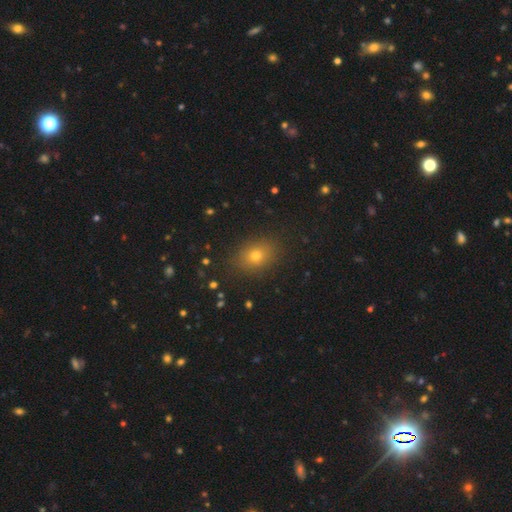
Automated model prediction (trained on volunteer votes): smooth-or-featured: smooth: 73% | star or artifact: 17% | featured or disk: 10%
  how-rounded: in between: 60% | round: 38% | cigar-shaped: 2%
  merging: none: 87% | minor disturbance: 9% | major disturbance: 3% | merger: 1%